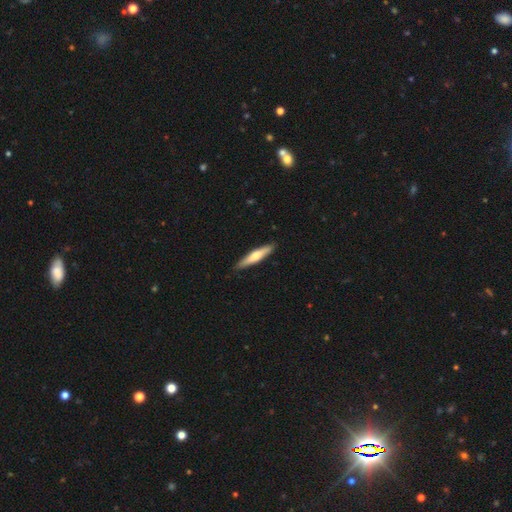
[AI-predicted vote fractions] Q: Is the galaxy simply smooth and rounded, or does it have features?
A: smooth — 54%.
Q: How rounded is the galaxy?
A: cigar-shaped — 86%.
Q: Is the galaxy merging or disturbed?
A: none — 89%.